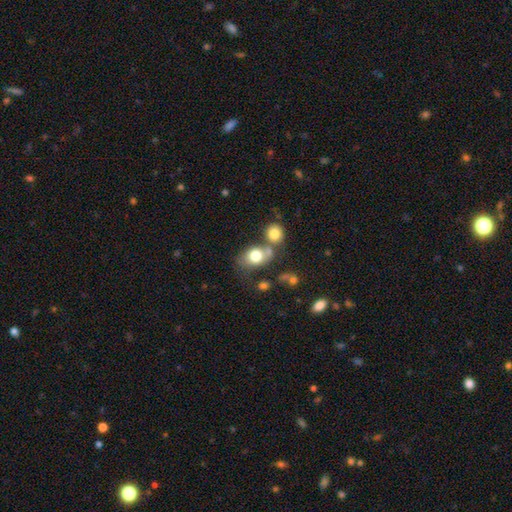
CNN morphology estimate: smooth_or_featured: smooth (p=0.76) [alt: featured or disk p=0.15]
how_rounded: in between (p=0.62) [alt: round p=0.37]
merging: none (p=0.42) [alt: merger p=0.33]